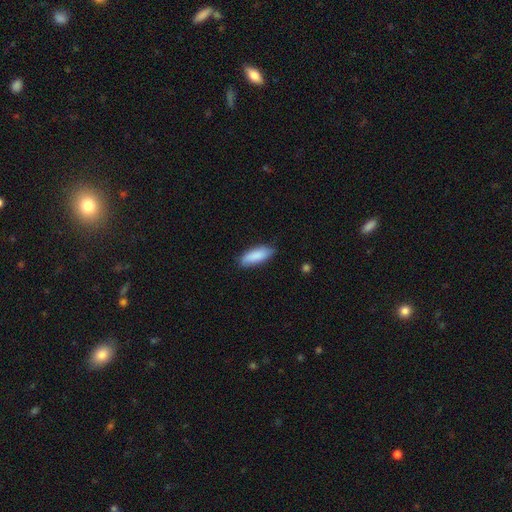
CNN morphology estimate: Smooth or featured?
  - smooth: 87% *
  - featured or disk: 7%
  - star or artifact: 6%
How rounded?
  - in between: 67% *
  - cigar-shaped: 32%
  - round: 2%
Merging?
  - none: 80% *
  - minor disturbance: 16%
  - major disturbance: 2%
  - merger: 1%